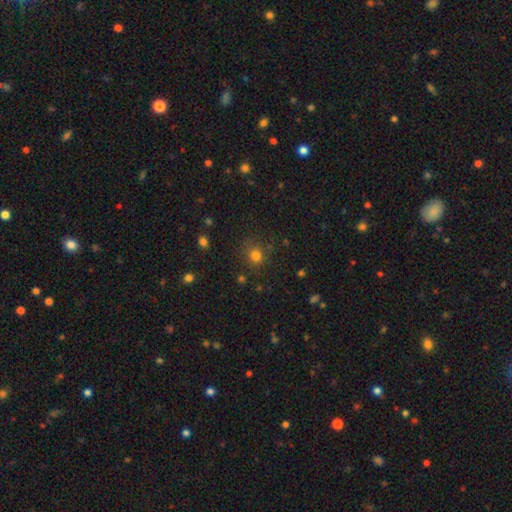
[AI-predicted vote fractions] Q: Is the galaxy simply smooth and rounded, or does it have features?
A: smooth — 75%.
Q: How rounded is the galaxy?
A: round — 76%.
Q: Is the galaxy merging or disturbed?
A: none — 75%.